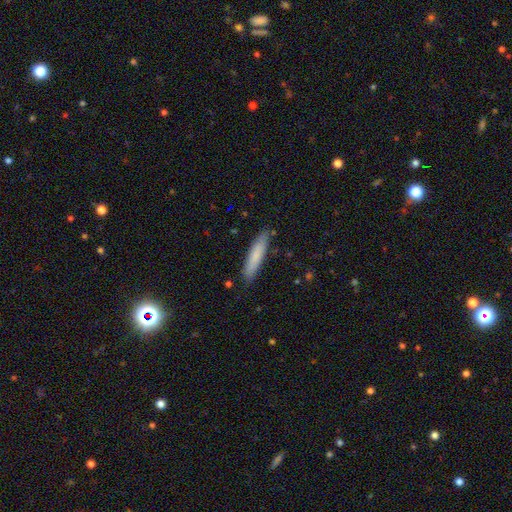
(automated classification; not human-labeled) Overall: smooth (77%). How rounded: cigar-shaped (86%). Merging: none (86%).